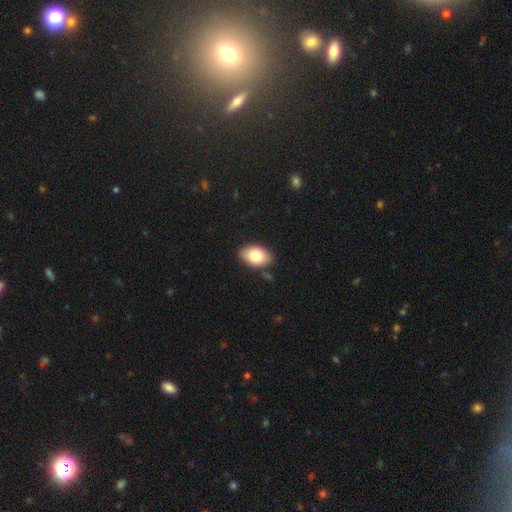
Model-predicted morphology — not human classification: smooth_or_featured: smooth (p=0.83) [alt: featured or disk p=0.10]
how_rounded: in between (p=0.91) [alt: round p=0.08]
merging: none (p=0.83) [alt: minor disturbance p=0.12]